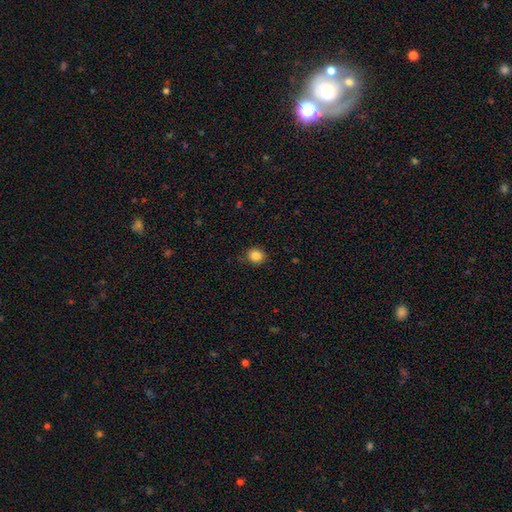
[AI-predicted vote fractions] smooth-or-featured: smooth: 85% | star or artifact: 11% | featured or disk: 4%
  how-rounded: round: 84% | in between: 15% | cigar-shaped: 1%
  merging: none: 85% | minor disturbance: 11% | major disturbance: 2% | merger: 1%